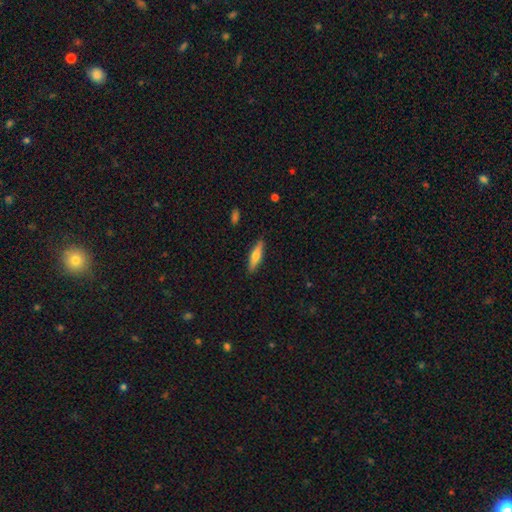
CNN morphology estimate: Smooth or featured?
  - smooth: 56% *
  - featured or disk: 38%
  - star or artifact: 6%
How rounded?
  - cigar-shaped: 71% *
  - in between: 27%
  - round: 2%
Merging?
  - none: 88% *
  - minor disturbance: 9%
  - major disturbance: 2%
  - merger: 1%